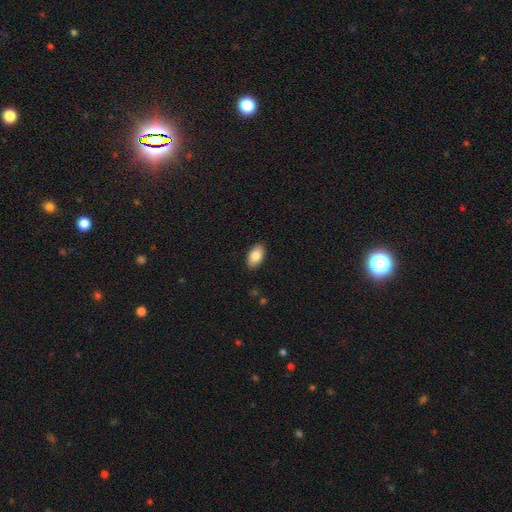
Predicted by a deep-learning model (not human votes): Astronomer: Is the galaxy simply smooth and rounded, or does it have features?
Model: smooth — 85%.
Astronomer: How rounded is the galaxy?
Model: in between — 94%.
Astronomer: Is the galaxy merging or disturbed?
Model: none — 89%.